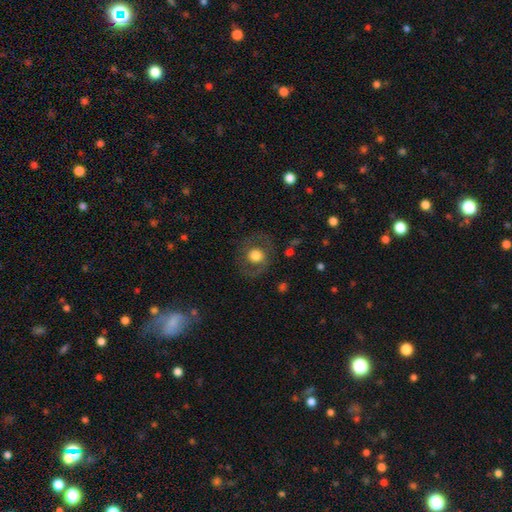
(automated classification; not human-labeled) Q: Smooth or featured?
A: smooth (55%); runner-up: featured or disk (37%)
Q: How rounded?
A: round (84%); runner-up: in between (15%)
Q: Merging?
A: none (77%); runner-up: minor disturbance (13%)